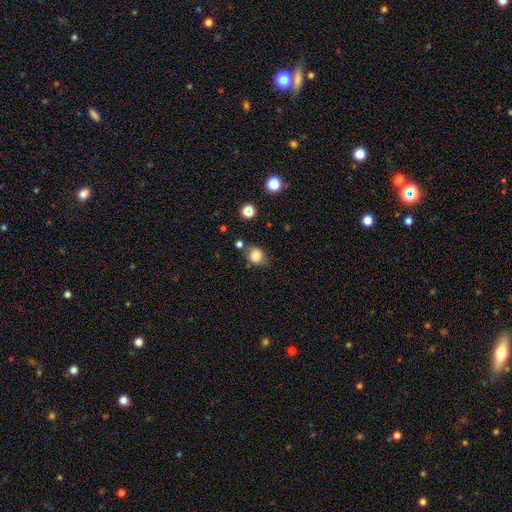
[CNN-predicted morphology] A smooth galaxy with no disk features (82%) that is round (68%).

Vote fractions:
- Smooth or featured? smooth: 82% / star or artifact: 11% / featured or disk: 7%
- How rounded? round: 68% / in between: 31% / cigar-shaped: 1%
- Merging? none: 67% / minor disturbance: 21% / merger: 6% / major disturbance: 5%